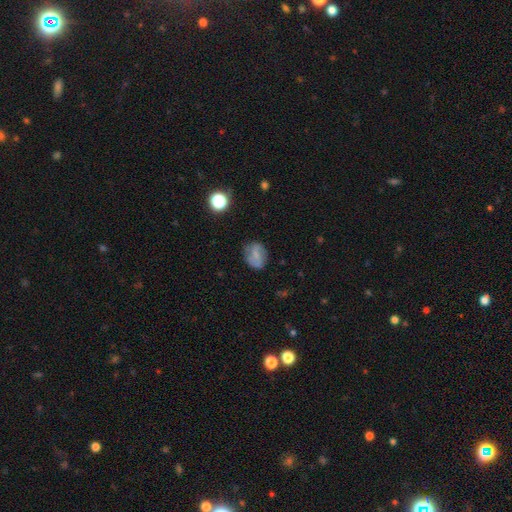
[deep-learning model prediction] A smooth galaxy with no disk features (49%).

Vote fractions:
- Smooth or featured? smooth: 49% / featured or disk: 40% / star or artifact: 11%
- Merging? none: 67% / minor disturbance: 22% / major disturbance: 9% / merger: 2%